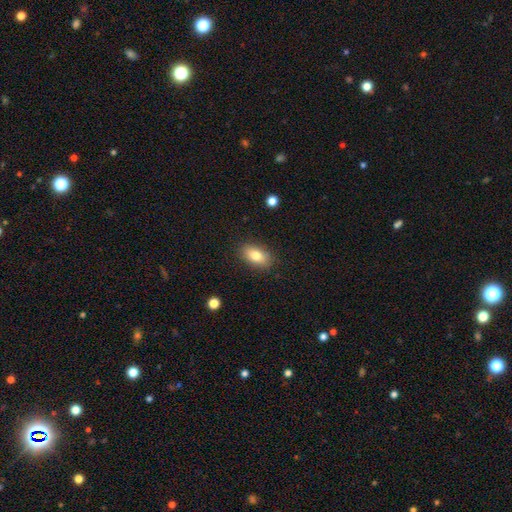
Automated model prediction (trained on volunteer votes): smooth_or_featured: smooth (p=0.80) [alt: featured or disk p=0.12]
how_rounded: in between (p=0.89) [alt: round p=0.08]
merging: none (p=0.86) [alt: minor disturbance p=0.10]